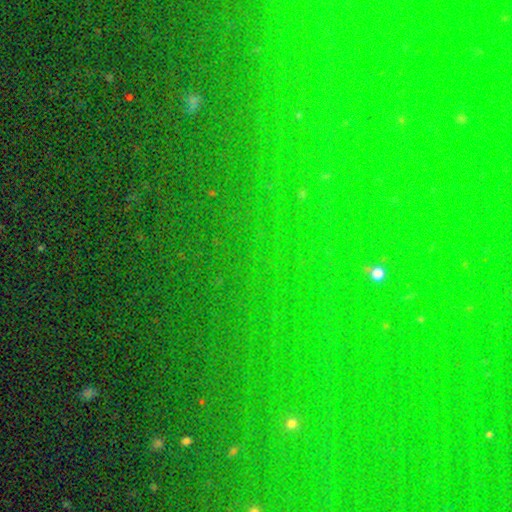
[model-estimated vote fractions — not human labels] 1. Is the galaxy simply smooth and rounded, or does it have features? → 81% star or artifact, 11% smooth, 8% featured or disk.